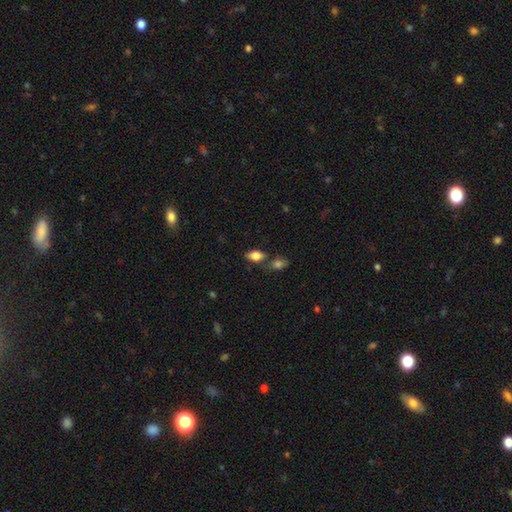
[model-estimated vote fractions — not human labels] Morphology: type=smooth (78%); roundness=in between (86%); merging=none (56%).